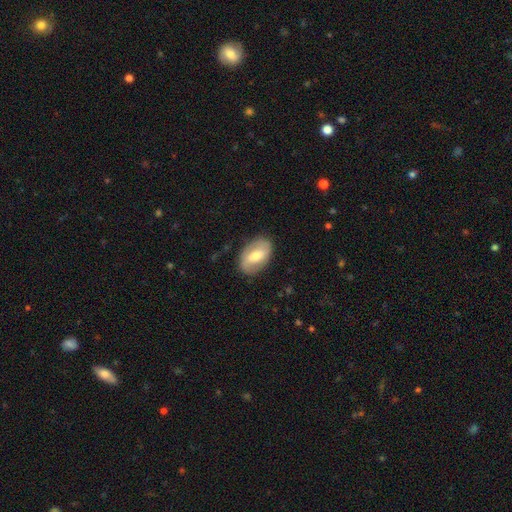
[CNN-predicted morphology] featured or disk 52%, smooth 42%, star or artifact 6%. Down the decision tree: edge-on disk — no (94%); merging — none (82%).